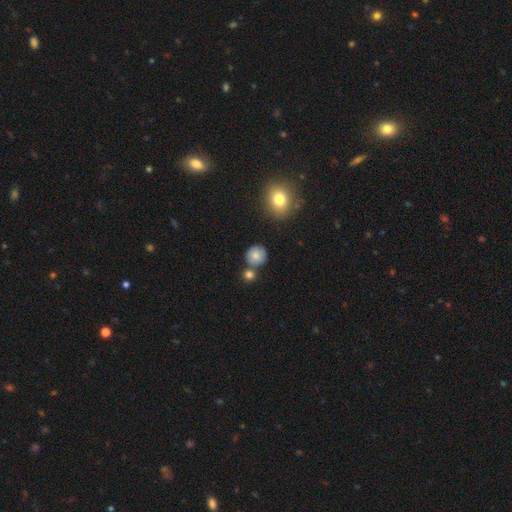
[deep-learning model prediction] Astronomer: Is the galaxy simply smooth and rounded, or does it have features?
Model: smooth — 80%.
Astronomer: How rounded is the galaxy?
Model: round — 89%.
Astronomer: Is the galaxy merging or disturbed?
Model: none — 72%.